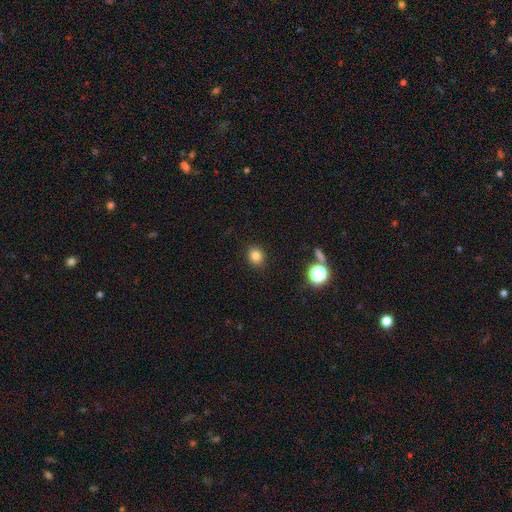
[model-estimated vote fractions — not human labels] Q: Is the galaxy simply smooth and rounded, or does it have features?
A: smooth — 81%.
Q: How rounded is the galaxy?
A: round — 72%.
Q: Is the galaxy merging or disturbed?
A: none — 89%.